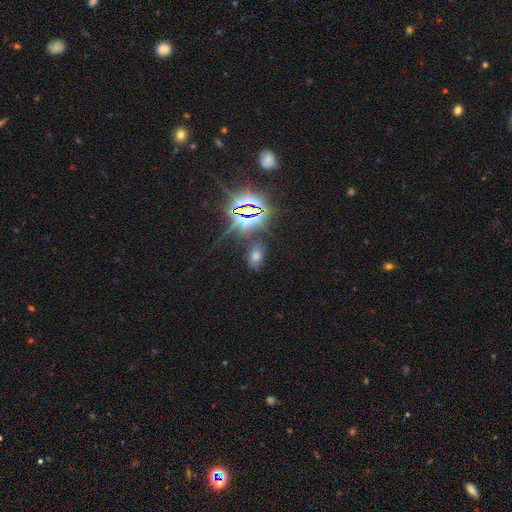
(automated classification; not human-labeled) This appears to be a star or artifact, not a galaxy (50%).